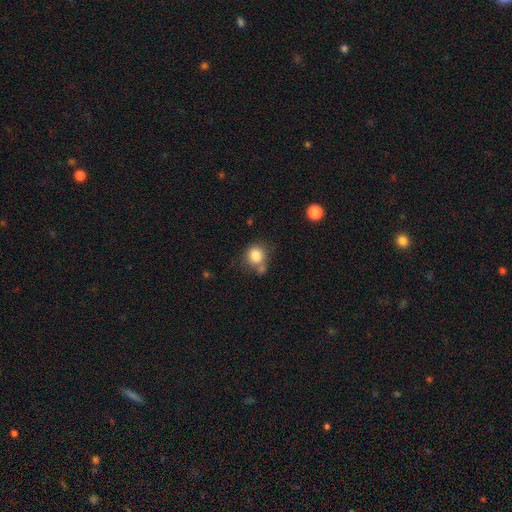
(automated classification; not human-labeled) Smooth or featured? smooth (83%)
How rounded? round (84%)
Merging? none (57%)